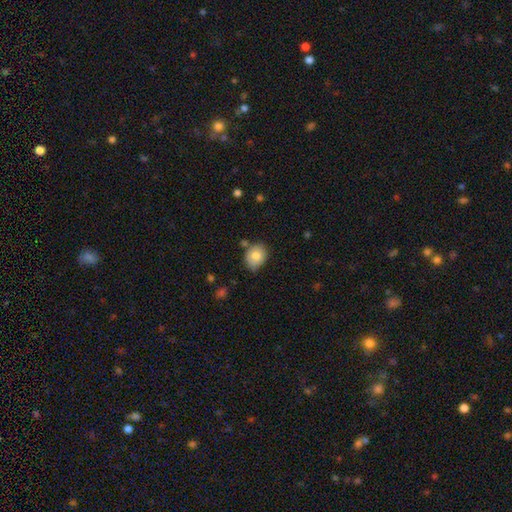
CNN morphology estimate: Smooth or featured: smooth — 77% (featured or disk — 15%)
How rounded: round — 50% (in between — 49%)
Merging: none — 69% (minor disturbance — 21%)